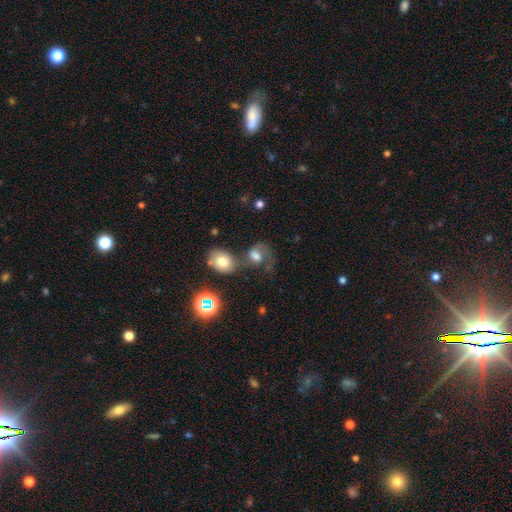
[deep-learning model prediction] This is possibly a smooth galaxy (46%). Merging: marginally merger (38%).